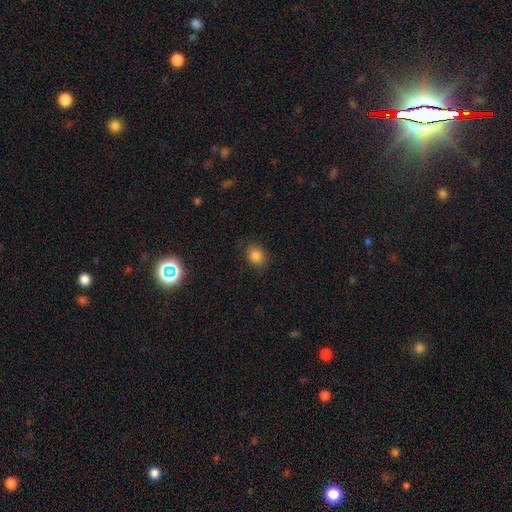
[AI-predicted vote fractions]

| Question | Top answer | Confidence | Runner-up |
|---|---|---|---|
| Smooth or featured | smooth | 84% | star or artifact (11%) |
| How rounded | in between | 60% | round (39%) |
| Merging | none | 85% | minor disturbance (11%) |